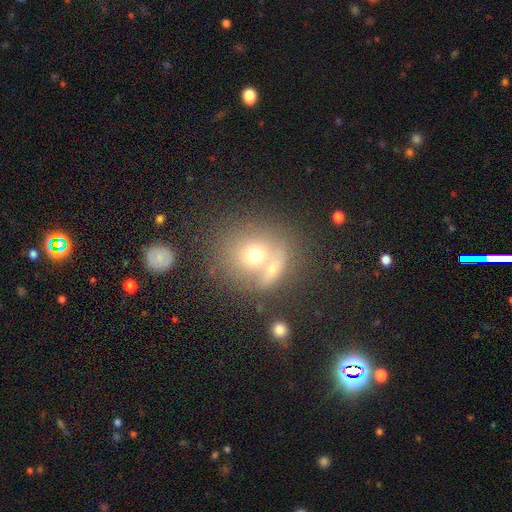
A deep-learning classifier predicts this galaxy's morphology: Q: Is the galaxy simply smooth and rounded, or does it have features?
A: smooth — 65%.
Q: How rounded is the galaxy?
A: round — 81%.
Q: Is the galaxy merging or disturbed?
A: none — 44%.